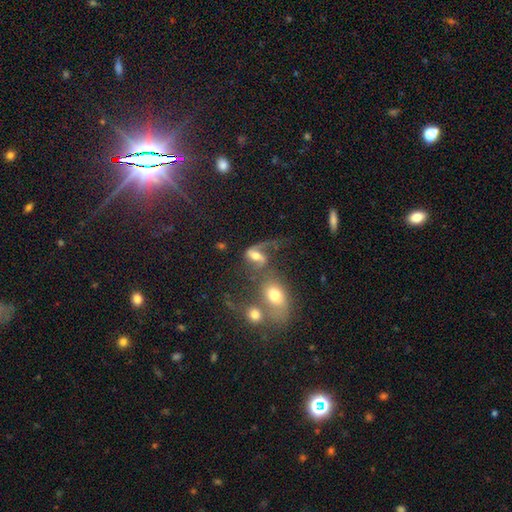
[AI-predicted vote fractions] A featured or disk galaxy (64%) with a weak bar (40%), 2 (66%) loose (71%) spiral arms (84%) and a moderate central bulge (58%).

Vote fractions:
- Smooth or featured? featured or disk: 64% / smooth: 25% / star or artifact: 11%
- Edge-on disk? no: 95% / yes: 5%
- Bar? weak: 40% / no: 34% / strong: 26%
- Spiral arms? yes: 84% / no: 16%
- Spiral winding? loose: 71% / medium: 22% / tight: 6%
- Spiral arm count? 2: 66% / 1: 27% / can't tell: 4% / 3: 1% / 4: 1% / more than 4: 1%
- Bulge size? moderate: 58% / small: 18% / large: 17% / none: 4% / dominant: 3%
- Merging? merger: 34% / major disturbance: 26% / none: 26% / minor disturbance: 14%